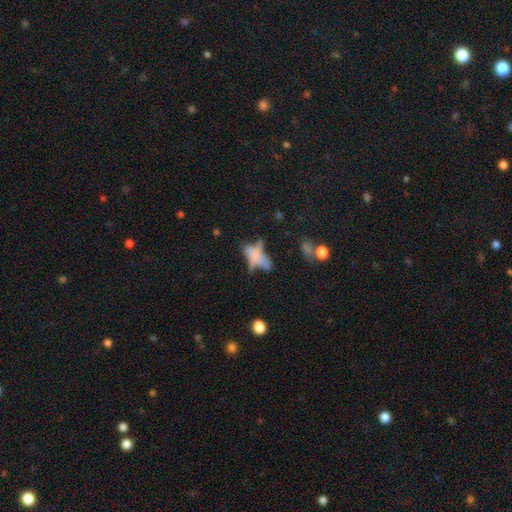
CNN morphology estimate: Smooth or featured?
  - smooth: 55% *
  - featured or disk: 30%
  - star or artifact: 15%
How rounded?
  - in between: 57% *
  - cigar-shaped: 36%
  - round: 7%
Merging?
  - none: 38% *
  - merger: 23%
  - minor disturbance: 20%
  - major disturbance: 20%